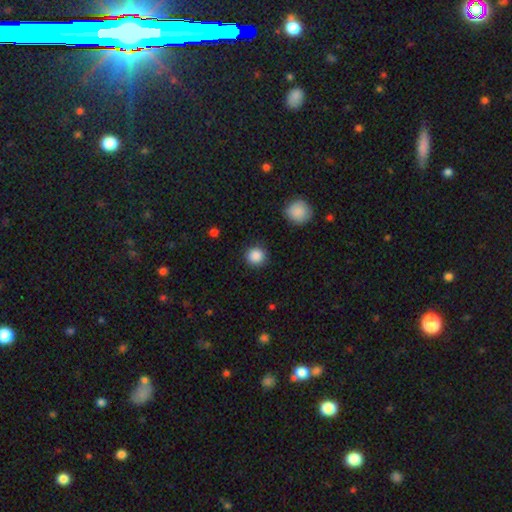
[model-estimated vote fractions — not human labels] This is clearly a smooth galaxy (88%). How rounded: clearly round (94%). Merging: clearly none (91%).